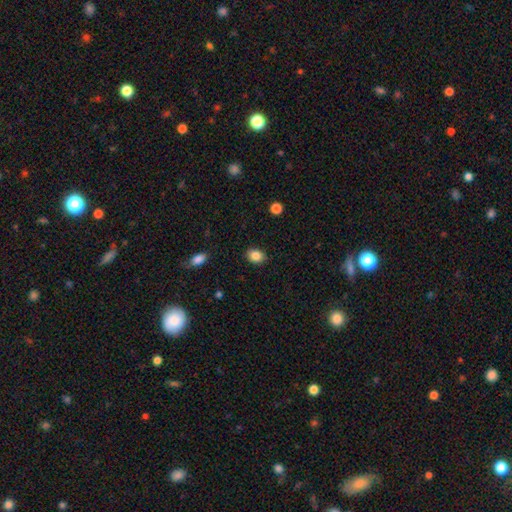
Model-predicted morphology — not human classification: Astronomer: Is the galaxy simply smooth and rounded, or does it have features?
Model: smooth — 86%.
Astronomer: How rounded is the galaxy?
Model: in between — 67%.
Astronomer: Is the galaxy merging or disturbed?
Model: none — 88%.